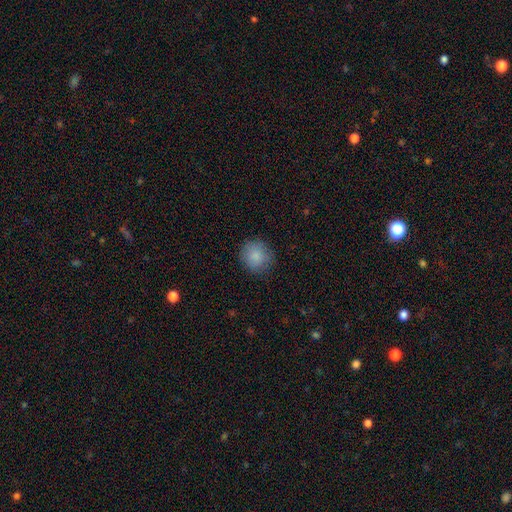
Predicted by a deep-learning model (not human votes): The model was most divided on "merging": none: 85%, minor disturbance: 11%, major disturbance: 3%, merger: 1%. More confident: how rounded — round (88%); smooth or featured — smooth (86%).